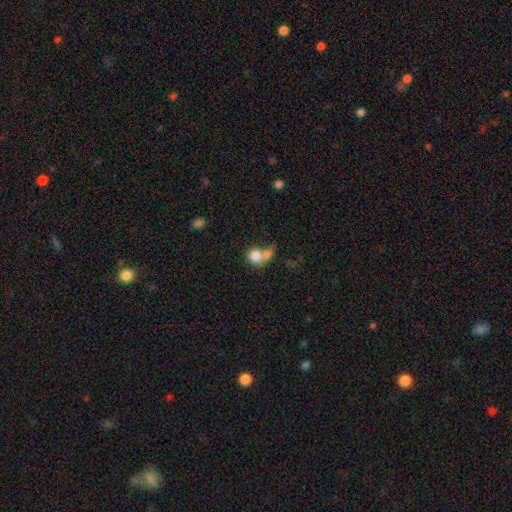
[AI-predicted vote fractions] Overall: smooth (78%). How rounded: round (76%). Merging: merger (57%; none 27%).